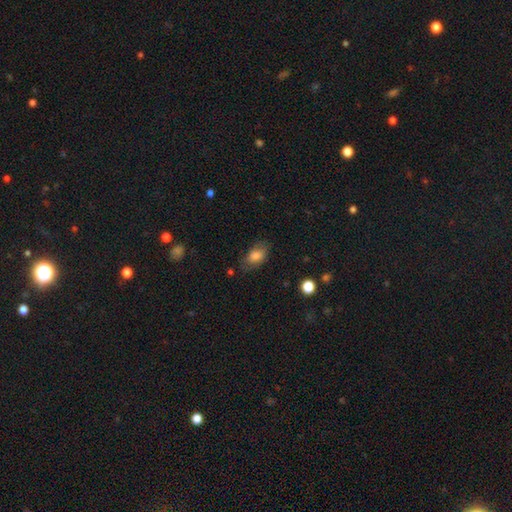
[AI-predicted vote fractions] A smooth galaxy with no disk features (78%) that is in between round and cigar-shaped (89%). Merging: none (71%).